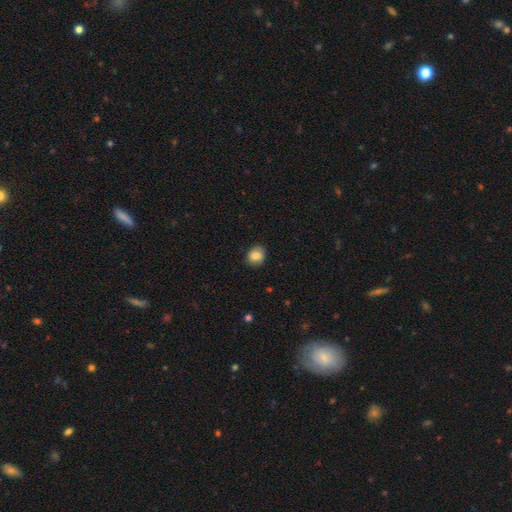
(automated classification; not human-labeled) smooth-or-featured: smooth: 83% | featured or disk: 9% | star or artifact: 8%
  how-rounded: round: 65% | in between: 34% | cigar-shaped: 1%
  merging: none: 87% | minor disturbance: 10% | major disturbance: 2% | merger: 1%